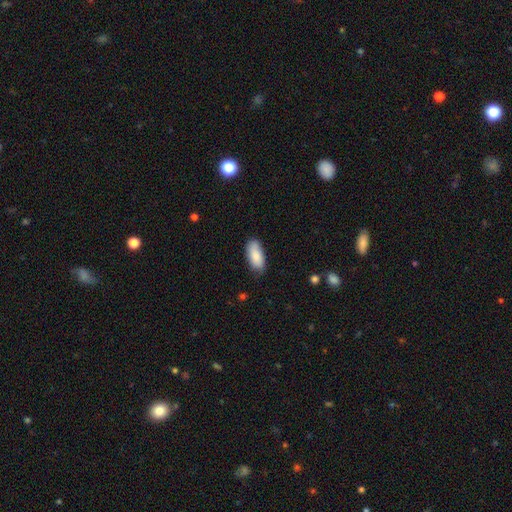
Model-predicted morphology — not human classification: smooth-or-featured: smooth: 86% | featured or disk: 8% | star or artifact: 6%
  how-rounded: in between: 88% | cigar-shaped: 10% | round: 2%
  merging: none: 76% | minor disturbance: 20% | major disturbance: 3% | merger: 2%